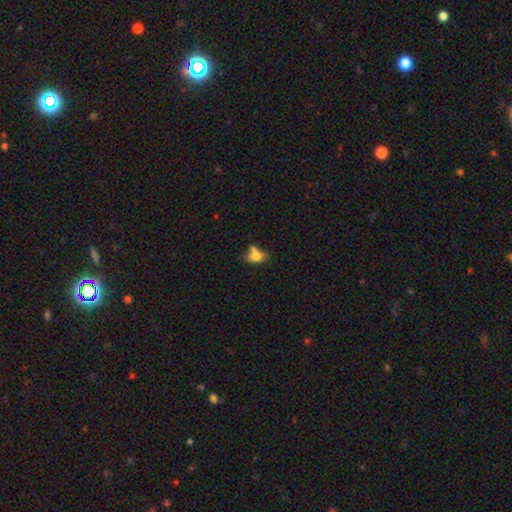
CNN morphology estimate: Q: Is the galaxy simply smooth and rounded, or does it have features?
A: smooth — 74%.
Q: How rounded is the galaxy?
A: in between — 74%.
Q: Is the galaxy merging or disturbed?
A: none — 41%.